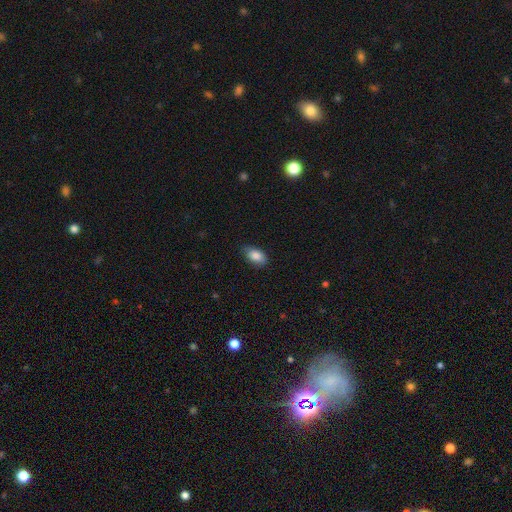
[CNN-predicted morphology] Smooth or featured?
  - smooth: 87% *
  - star or artifact: 7%
  - featured or disk: 6%
How rounded?
  - in between: 90% *
  - round: 8%
  - cigar-shaped: 2%
Merging?
  - none: 79% *
  - minor disturbance: 17%
  - major disturbance: 3%
  - merger: 1%